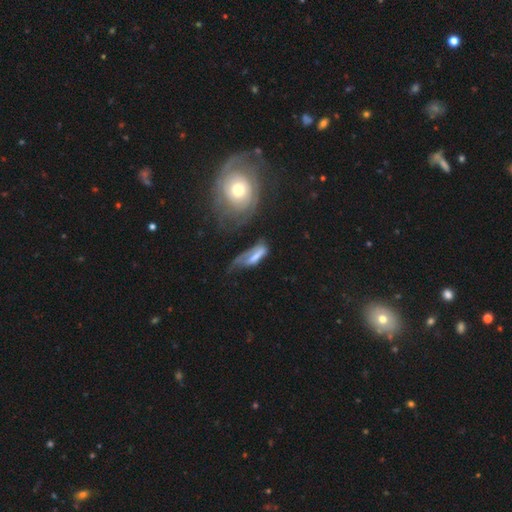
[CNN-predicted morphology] smooth 45% (tied), featured or disk 45% (tied), star or artifact 9%. Down the decision tree: merging — major disturbance (35%).